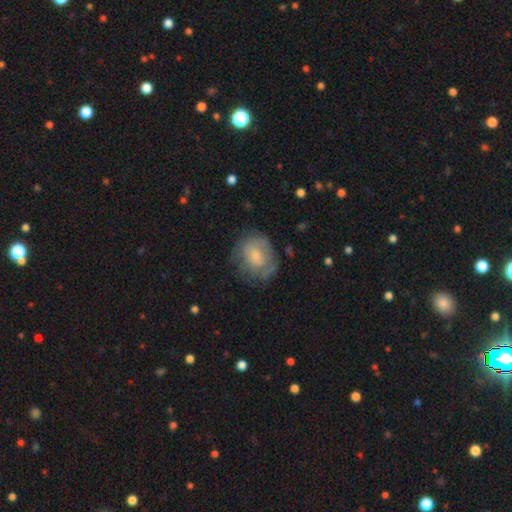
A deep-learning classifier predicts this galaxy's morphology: type=smooth (57%); roundness=round (57%); merging=none (61%).